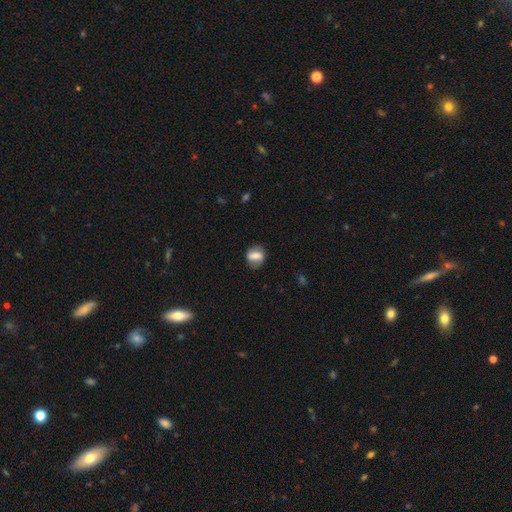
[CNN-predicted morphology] Smooth or featured: smooth — 58% (featured or disk — 34%)
How rounded: in between — 51% (round — 46%)
Merging: none — 74% (minor disturbance — 18%)